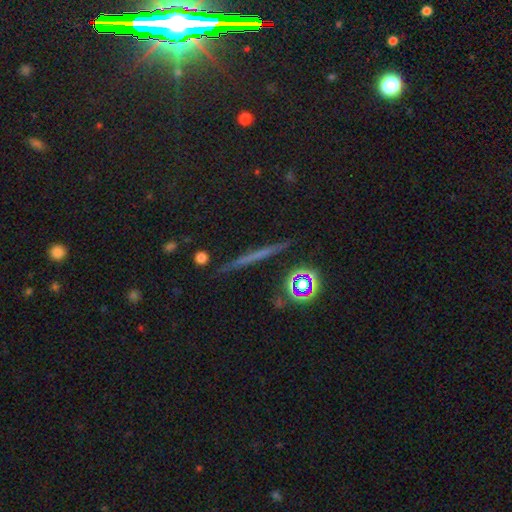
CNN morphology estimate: A featured or disk galaxy (37%). Merging: none (91%).